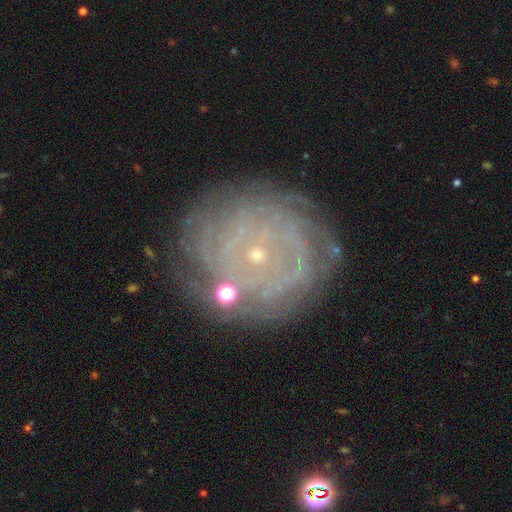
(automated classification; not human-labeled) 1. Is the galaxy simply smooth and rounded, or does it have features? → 81% featured or disk, 10% smooth, 9% star or artifact.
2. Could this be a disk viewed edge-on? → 97% no, 3% yes.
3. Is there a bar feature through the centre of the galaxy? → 78% no, 17% weak, 5% strong.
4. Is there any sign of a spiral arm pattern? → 93% yes, 7% no.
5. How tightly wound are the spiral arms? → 85% tight, 12% medium, 3% loose.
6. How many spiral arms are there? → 37% can't tell, 17% more than 4, 16% 4, 12% 3, 11% 2, 7% 1.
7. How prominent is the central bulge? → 89% small, 7% moderate, 2% none, 1% large, 1% dominant.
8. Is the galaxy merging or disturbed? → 78% none, 14% minor disturbance, 5% major disturbance, 3% merger.